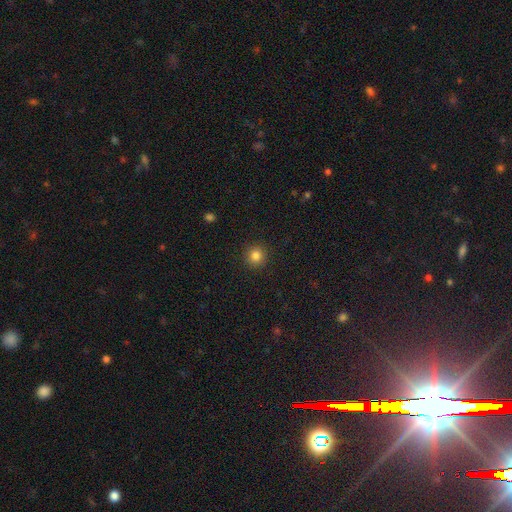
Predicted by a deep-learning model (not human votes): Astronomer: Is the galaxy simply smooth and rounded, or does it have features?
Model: smooth — 83%.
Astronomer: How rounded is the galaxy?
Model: round — 92%.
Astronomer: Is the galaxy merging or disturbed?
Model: none — 92%.